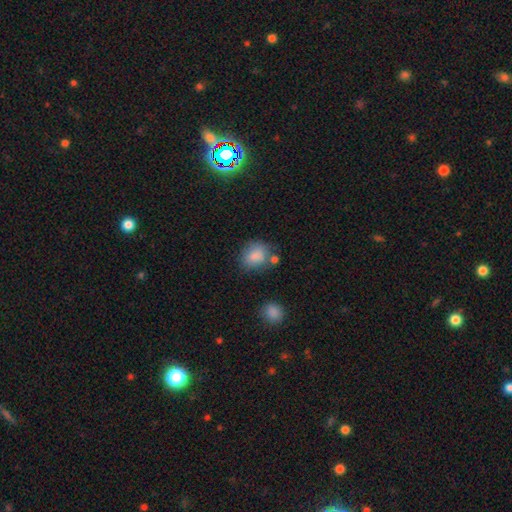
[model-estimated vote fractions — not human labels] A smooth galaxy with no disk features (83%) that is round (53%).

Vote fractions:
- Smooth or featured? smooth: 83% / star or artifact: 9% / featured or disk: 8%
- How rounded? round: 53% / in between: 46% / cigar-shaped: 1%
- Merging? none: 58% / minor disturbance: 22% / merger: 12% / major disturbance: 8%